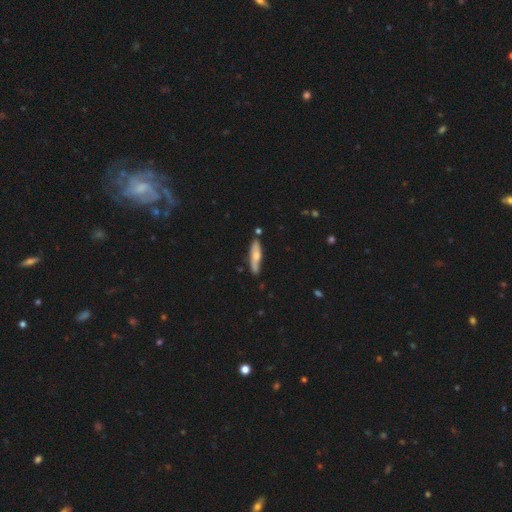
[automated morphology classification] Smooth or featured?
  - smooth: 61% *
  - featured or disk: 33%
  - star or artifact: 5%
How rounded?
  - cigar-shaped: 77% *
  - in between: 22%
  - round: 2%
Merging?
  - none: 76% *
  - minor disturbance: 17%
  - merger: 4%
  - major disturbance: 3%